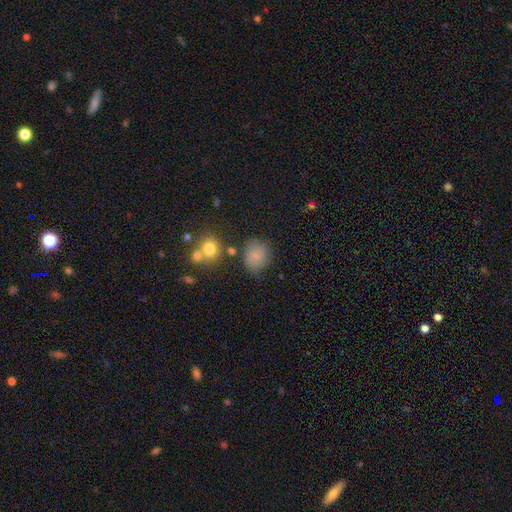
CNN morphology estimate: type=smooth (71%); roundness=round (69%); merging=none (70%).